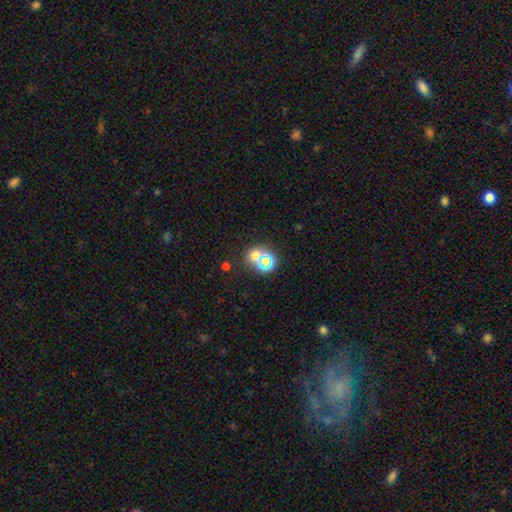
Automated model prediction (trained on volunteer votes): Q: Smooth or featured?
A: smooth (46%); runner-up: star or artifact (45%)
Q: Merging?
A: none (68%); runner-up: merger (15%)